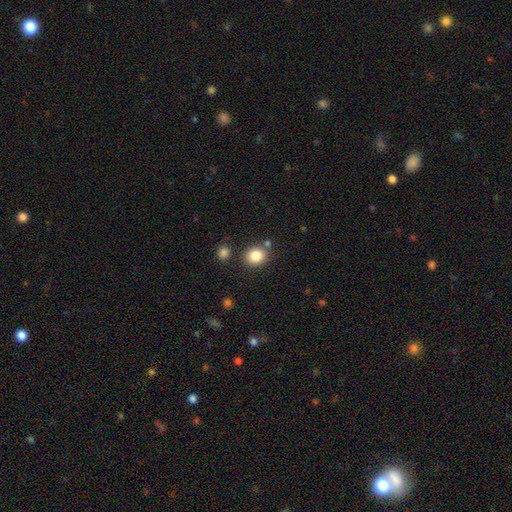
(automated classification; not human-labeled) smooth-or-featured: smooth: 84% | star or artifact: 10% | featured or disk: 6%
  how-rounded: round: 74% | in between: 25% | cigar-shaped: 1%
  merging: none: 79% | minor disturbance: 10% | merger: 8% | major disturbance: 3%